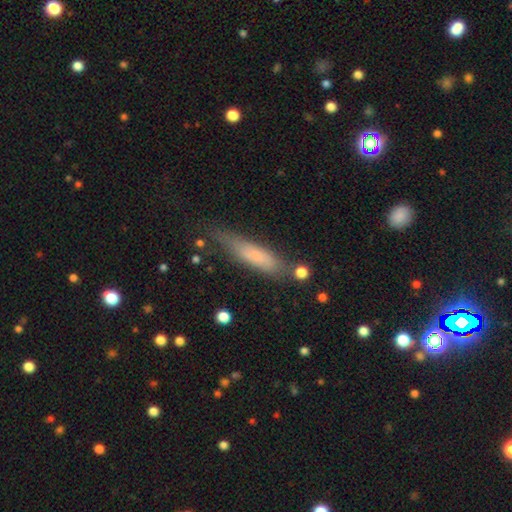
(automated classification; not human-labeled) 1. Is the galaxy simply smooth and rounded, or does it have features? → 73% smooth, 19% featured or disk, 8% star or artifact.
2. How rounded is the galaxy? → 75% cigar-shaped, 23% in between, 2% round.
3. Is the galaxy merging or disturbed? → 64% none, 24% minor disturbance, 8% major disturbance, 4% merger.